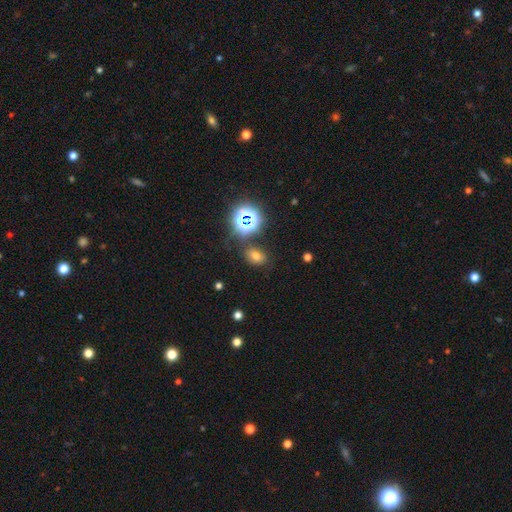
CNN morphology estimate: smooth-or-featured: smooth: 62% | star or artifact: 29% | featured or disk: 9%
  how-rounded: in between: 70% | round: 29% | cigar-shaped: 1%
  merging: none: 77% | minor disturbance: 13% | merger: 5% | major disturbance: 4%